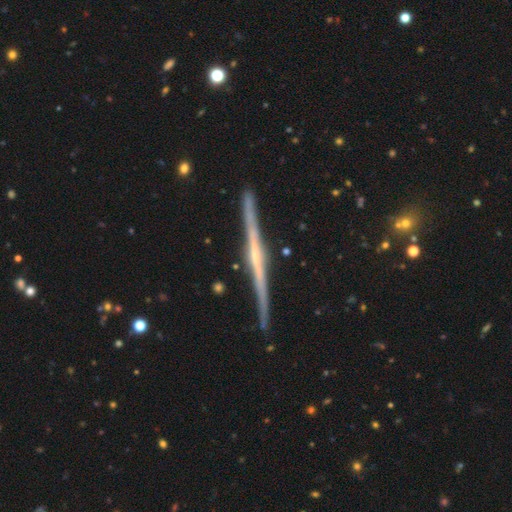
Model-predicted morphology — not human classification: Q: Smooth or featured?
A: featured or disk (84%); runner-up: smooth (11%)
Q: Edge-on disk?
A: yes (98%); runner-up: no (2%)
Q: Edge-on bulge?
A: none (47%); runner-up: rounded (39%)
Q: Merging?
A: none (88%); runner-up: minor disturbance (9%)